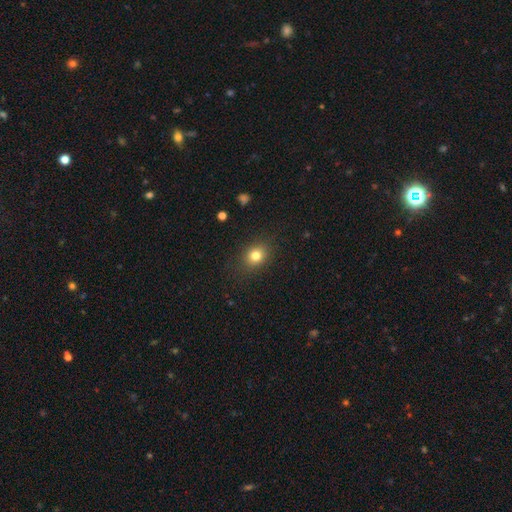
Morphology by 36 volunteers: Volunteers were most divided on "how rounded": round: 61%, in between: 39%, cigar-shaped: 0%. More confident: smooth or featured — smooth (86%); merging — none (74%).